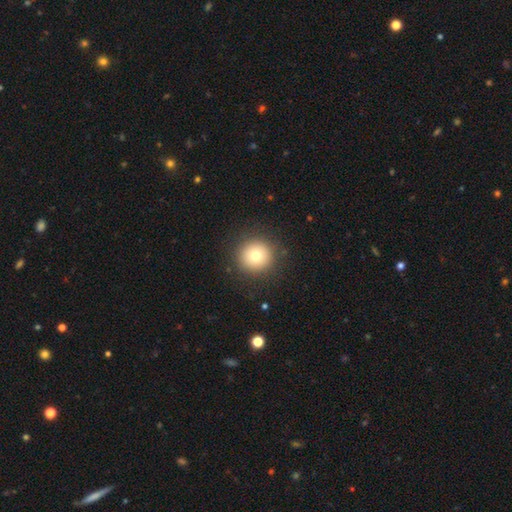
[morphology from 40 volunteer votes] A smooth galaxy with no disk features (70%) that is round (100%). Merging: none (97%).